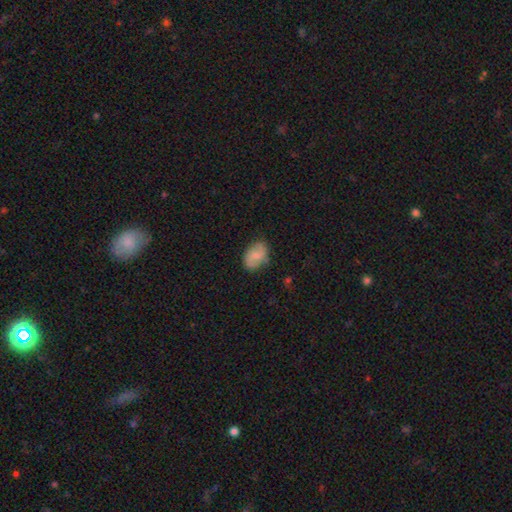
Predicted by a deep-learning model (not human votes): Q: Smooth or featured?
A: smooth (59%); runner-up: featured or disk (34%)
Q: How rounded?
A: in between (85%); runner-up: round (14%)
Q: Merging?
A: none (74%); runner-up: minor disturbance (19%)